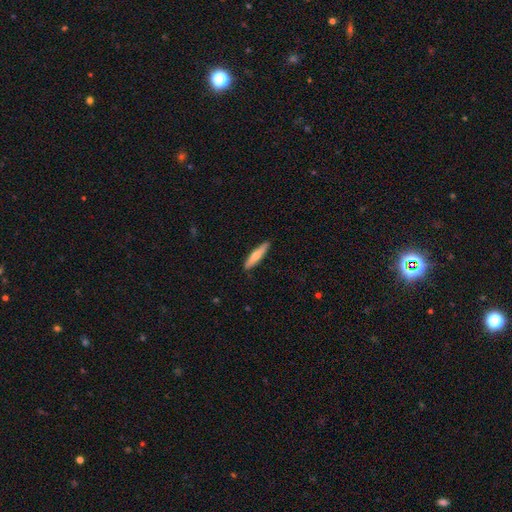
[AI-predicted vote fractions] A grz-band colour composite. It shows a smooth galaxy with no disk features (64%) that is cigar-shaped (85%). Merging: none (88%).